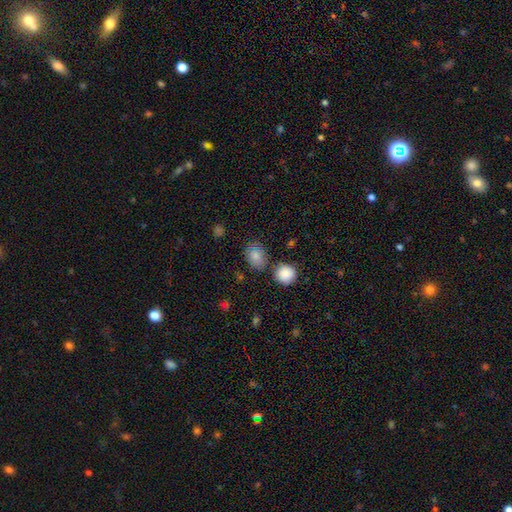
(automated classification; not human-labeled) Smooth or featured? smooth (83%)
How rounded? in between (62%)
Merging? none (73%)